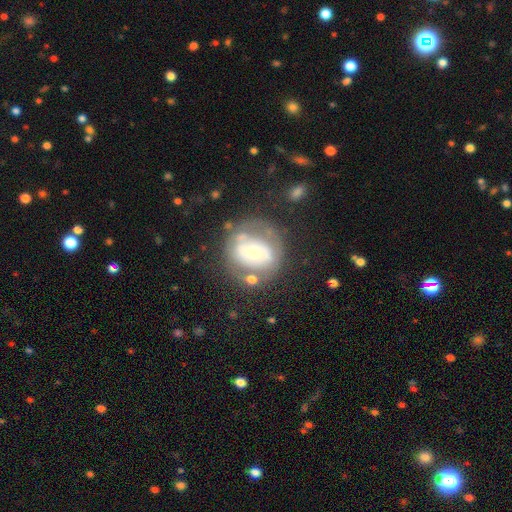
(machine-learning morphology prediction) A featured or disk galaxy (59%) with no bar (66%), no spiral arms (65%) and a moderate central bulge (55%). Merging: none (58%).